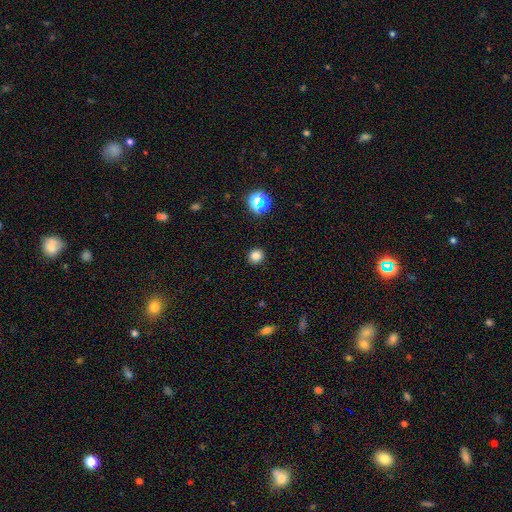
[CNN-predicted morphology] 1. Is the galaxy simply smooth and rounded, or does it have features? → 81% smooth, 15% star or artifact, 4% featured or disk.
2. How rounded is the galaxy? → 87% round, 12% in between, 1% cigar-shaped.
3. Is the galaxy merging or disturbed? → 91% none, 5% minor disturbance, 2% major disturbance, 1% merger.